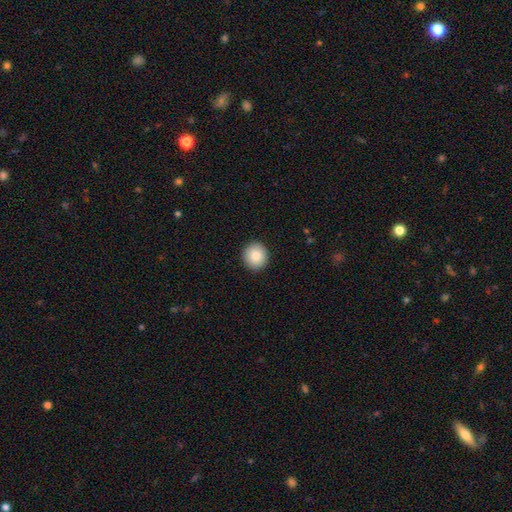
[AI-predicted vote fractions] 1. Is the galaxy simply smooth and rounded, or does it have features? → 85% smooth, 8% star or artifact, 7% featured or disk.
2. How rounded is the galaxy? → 89% round, 10% in between, 1% cigar-shaped.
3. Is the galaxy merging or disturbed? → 92% none, 5% minor disturbance, 2% major disturbance, 1% merger.